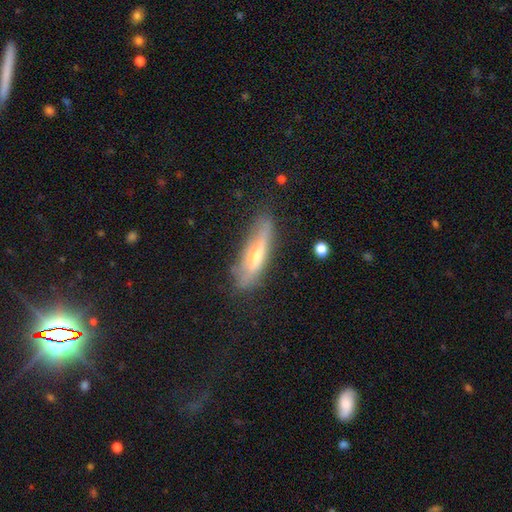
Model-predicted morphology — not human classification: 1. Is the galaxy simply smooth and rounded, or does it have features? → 53% featured or disk, 39% smooth, 8% star or artifact.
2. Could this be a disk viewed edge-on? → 79% yes, 21% no.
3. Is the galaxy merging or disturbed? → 73% none, 20% minor disturbance, 6% major disturbance, 2% merger.